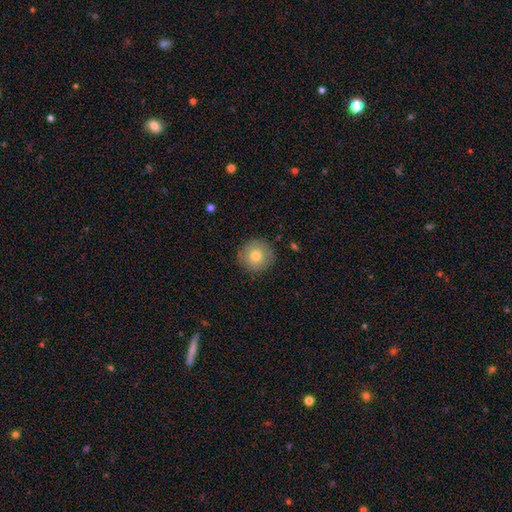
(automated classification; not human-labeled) Smooth or featured? smooth (74%)
How rounded? round (95%)
Merging? none (86%)